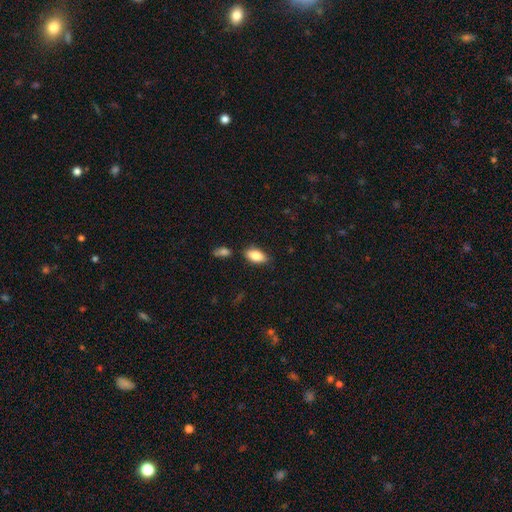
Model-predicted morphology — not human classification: Smooth or featured? smooth (83%)
How rounded? in between (90%)
Merging? none (81%)